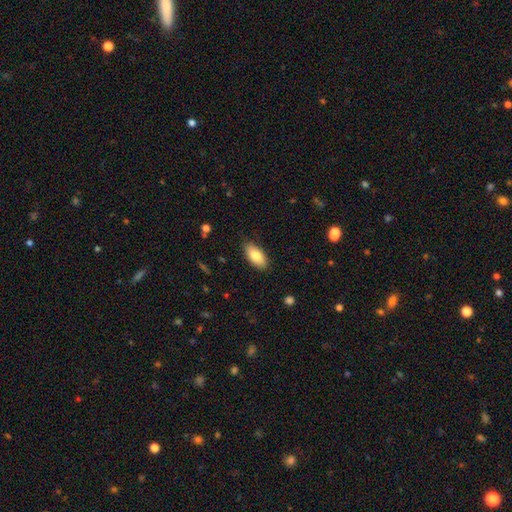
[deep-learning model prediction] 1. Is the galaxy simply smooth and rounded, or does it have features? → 83% smooth, 10% featured or disk, 7% star or artifact.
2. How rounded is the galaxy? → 90% in between, 8% cigar-shaped, 2% round.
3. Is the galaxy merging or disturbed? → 86% none, 11% minor disturbance, 2% major disturbance, 1% merger.